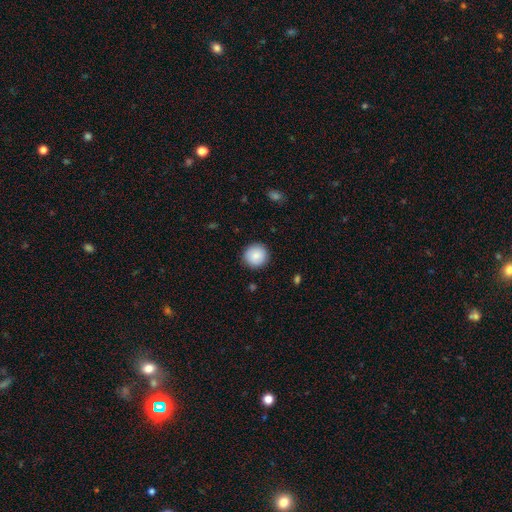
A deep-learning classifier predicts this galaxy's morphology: Smooth or featured? smooth (88%)
How rounded? round (95%)
Merging? none (91%)